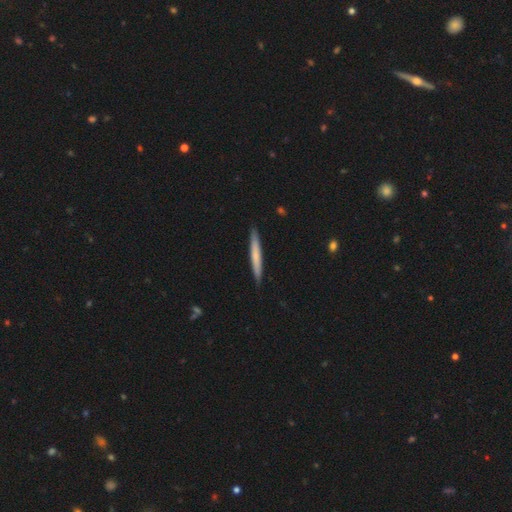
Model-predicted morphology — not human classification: This is likely a smooth galaxy (64%). How rounded: clearly cigar-shaped (96%). Merging: clearly none (90%).